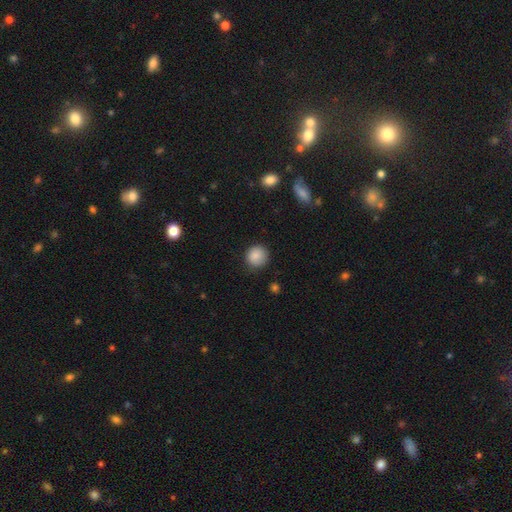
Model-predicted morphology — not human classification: Smooth or featured: smooth — 87% (star or artifact — 9%)
How rounded: round — 91% (in between — 8%)
Merging: none — 86% (minor disturbance — 10%)